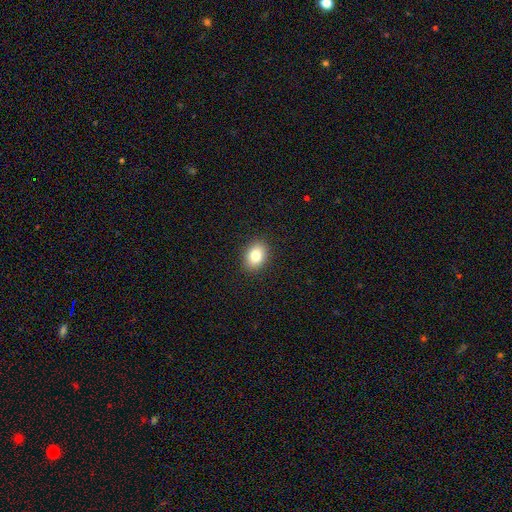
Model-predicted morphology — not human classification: Overall: smooth (82%). How rounded: in between (69%; round 30%). Merging: none (90%).